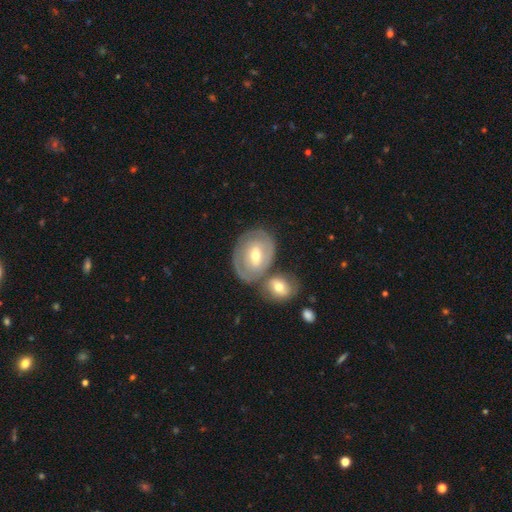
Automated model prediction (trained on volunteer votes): Smooth or featured?
  - featured or disk: 67% *
  - smooth: 27%
  - star or artifact: 6%
Edge-on disk?
  - no: 95% *
  - yes: 5%
Bar?
  - weak: 46% *
  - no: 34%
  - strong: 20%
Spiral arms?
  - yes: 71% *
  - no: 29%
Bulge size?
  - moderate: 63% *
  - small: 31%
  - large: 4%
  - none: 1%
  - dominant: 1%
Merging?
  - none: 53% *
  - merger: 27%
  - minor disturbance: 14%
  - major disturbance: 6%